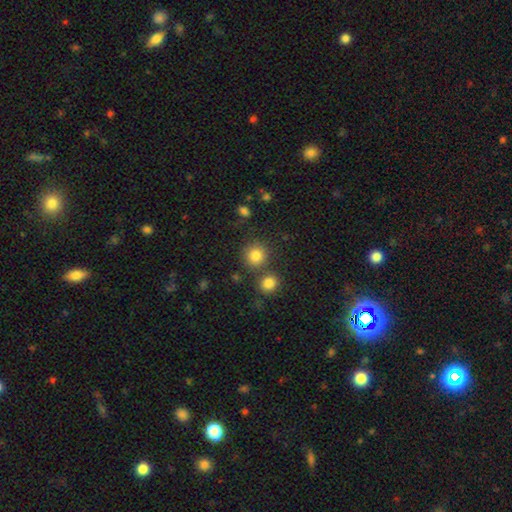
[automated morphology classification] Smooth or featured? Predicted: smooth (p=0.84). How rounded? Predicted: round (p=0.90). Merging? Predicted: none (p=0.74).